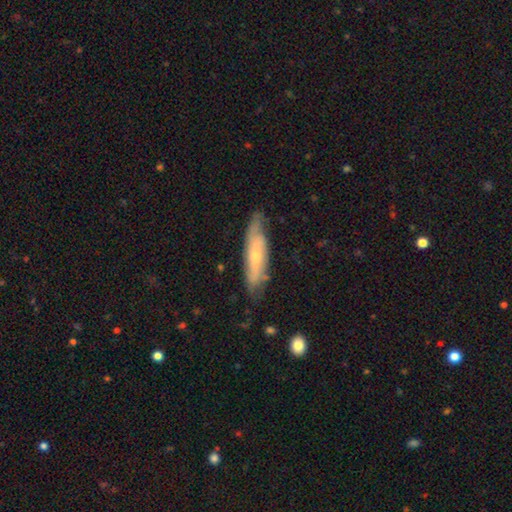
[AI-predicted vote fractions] Q: Smooth or featured?
A: featured or disk (54%); runner-up: smooth (40%)
Q: Edge-on disk?
A: no (55%); runner-up: yes (45%)
Q: Merging?
A: none (70%); runner-up: minor disturbance (23%)